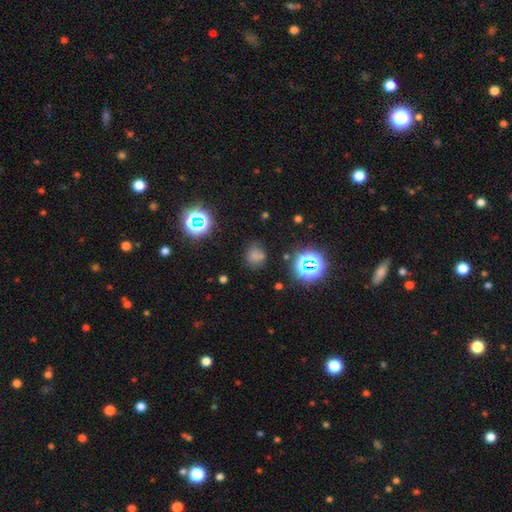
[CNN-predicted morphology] A smooth galaxy with no disk features (64%) that is round (76%).

Vote fractions:
- Smooth or featured? smooth: 64% / star or artifact: 28% / featured or disk: 9%
- How rounded? round: 76% / in between: 23% / cigar-shaped: 1%
- Merging? none: 67% / minor disturbance: 19% / major disturbance: 7% / merger: 7%